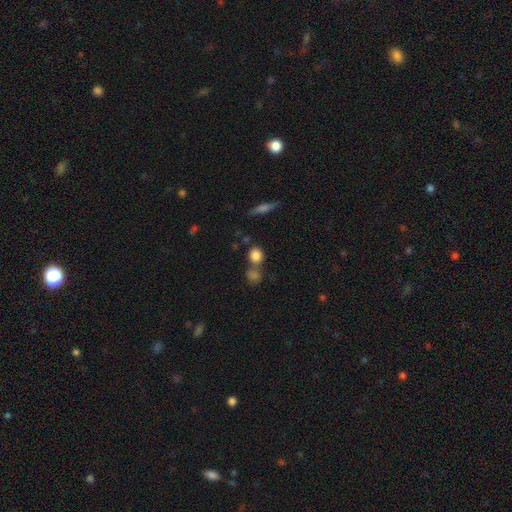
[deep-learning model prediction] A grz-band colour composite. It shows a smooth galaxy with no disk features (83%) that is round (76%). Merging: none (54%).